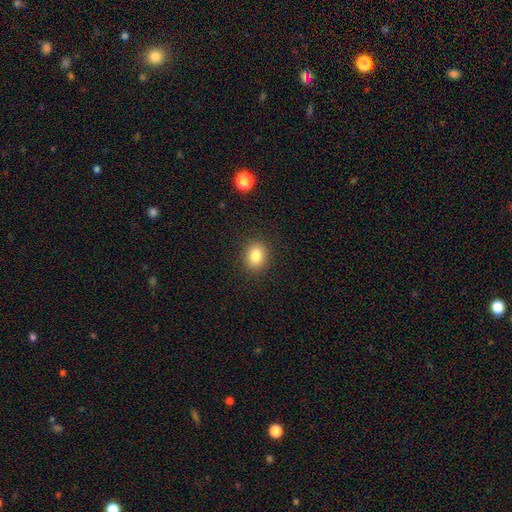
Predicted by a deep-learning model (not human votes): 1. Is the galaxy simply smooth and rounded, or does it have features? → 83% smooth, 10% star or artifact, 7% featured or disk.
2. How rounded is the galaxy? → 50% in between, 49% round, 1% cigar-shaped.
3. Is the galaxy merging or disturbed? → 89% none, 8% minor disturbance, 2% major disturbance, 1% merger.